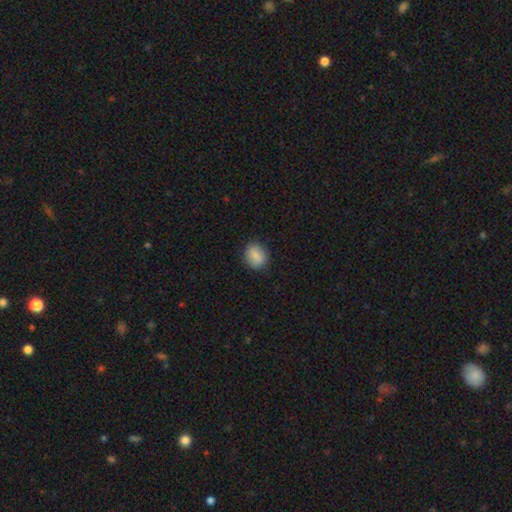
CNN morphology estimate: This is clearly a smooth galaxy (82%). How rounded: possibly round (58%). Merging: clearly none (83%).